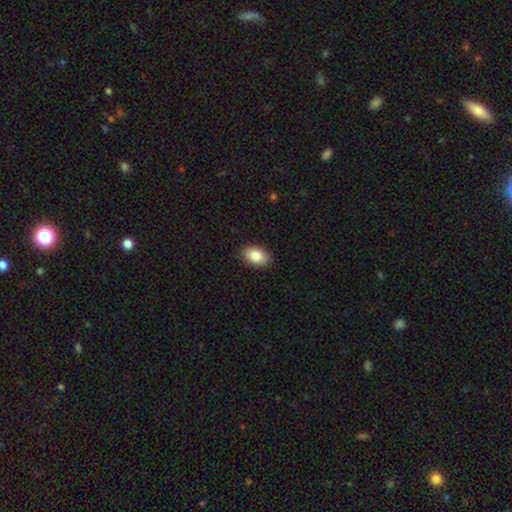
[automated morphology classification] Q: Smooth or featured?
A: smooth (87%); runner-up: star or artifact (7%)
Q: How rounded?
A: in between (88%); runner-up: round (11%)
Q: Merging?
A: none (89%); runner-up: minor disturbance (8%)